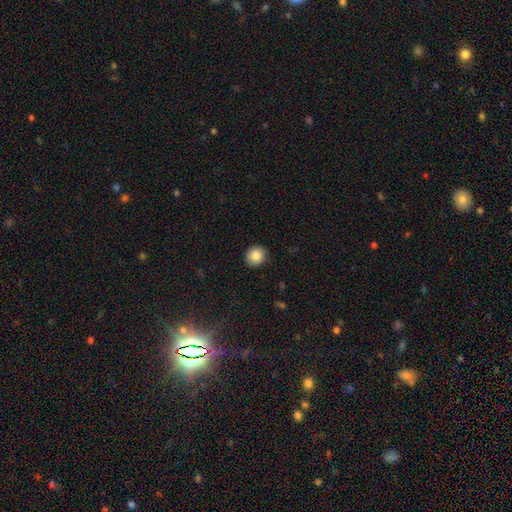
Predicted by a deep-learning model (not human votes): Smooth or featured: smooth — 86% (star or artifact — 9%)
How rounded: round — 85% (in between — 14%)
Merging: none — 90% (minor disturbance — 7%)